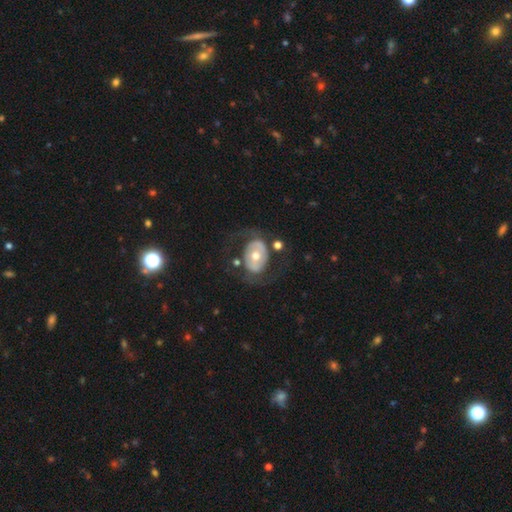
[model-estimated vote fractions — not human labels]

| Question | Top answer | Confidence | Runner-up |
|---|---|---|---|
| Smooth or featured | featured or disk | 64% | smooth (30%) |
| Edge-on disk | no | 95% | yes (5%) |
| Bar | no | 71% | weak (19%) |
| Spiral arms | no | 55% | yes (45%) |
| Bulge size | moderate | 72% | small (19%) |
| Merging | none | 59% | major disturbance (21%) |